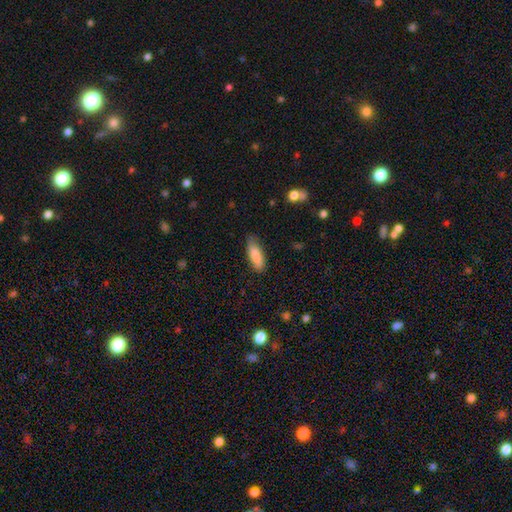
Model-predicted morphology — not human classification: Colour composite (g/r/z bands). It shows a smooth galaxy with no disk features (87%) that is in between round and cigar-shaped (61%). Merging: none (77%).